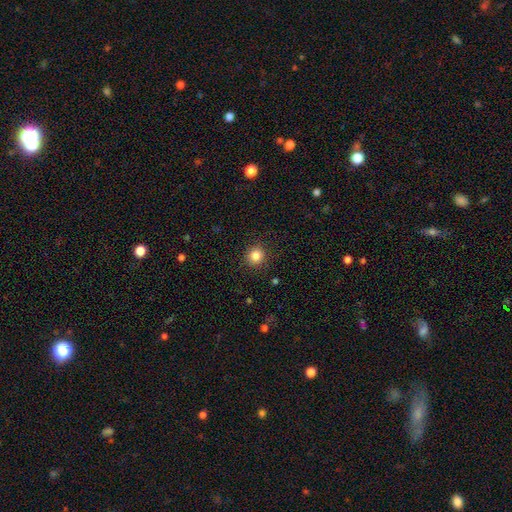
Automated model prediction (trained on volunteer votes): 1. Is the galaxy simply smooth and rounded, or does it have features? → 84% smooth, 11% star or artifact, 5% featured or disk.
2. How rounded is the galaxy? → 90% round, 9% in between, 1% cigar-shaped.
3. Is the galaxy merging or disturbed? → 91% none, 6% minor disturbance, 2% major disturbance, 1% merger.